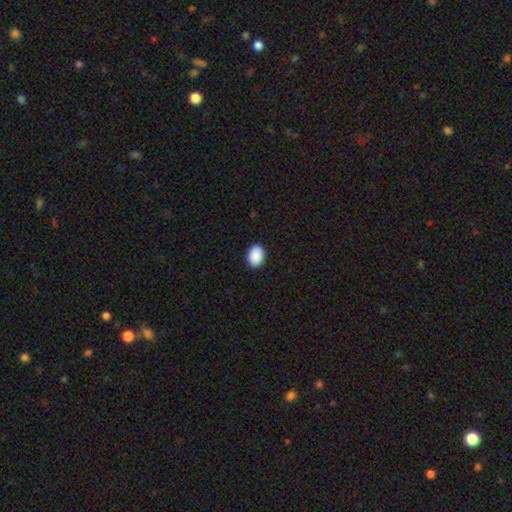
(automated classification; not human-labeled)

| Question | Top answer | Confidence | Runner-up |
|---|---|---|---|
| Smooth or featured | smooth | 91% | star or artifact (7%) |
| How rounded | in between | 75% | round (24%) |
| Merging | none | 91% | minor disturbance (7%) |